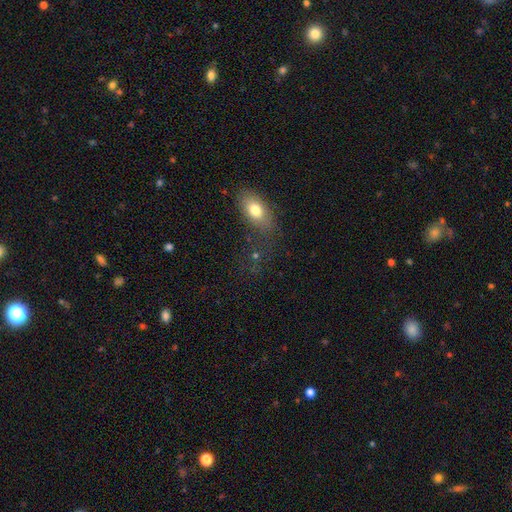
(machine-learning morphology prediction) This is likely a smooth galaxy (65%). How rounded: likely in between (69%). Merging: possibly none (55%).